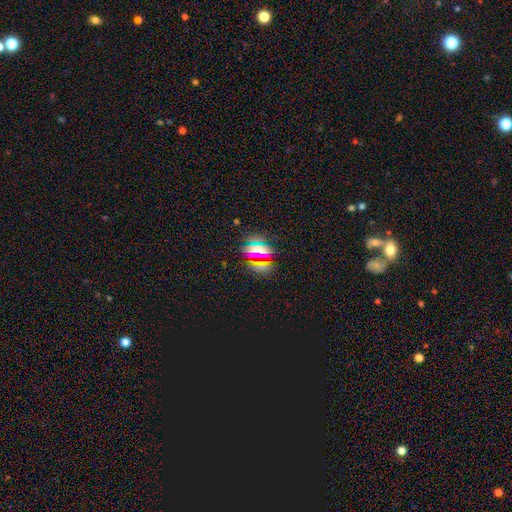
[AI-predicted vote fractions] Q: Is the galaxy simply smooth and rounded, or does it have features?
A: smooth — 49%.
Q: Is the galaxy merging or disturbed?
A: none — 76%.